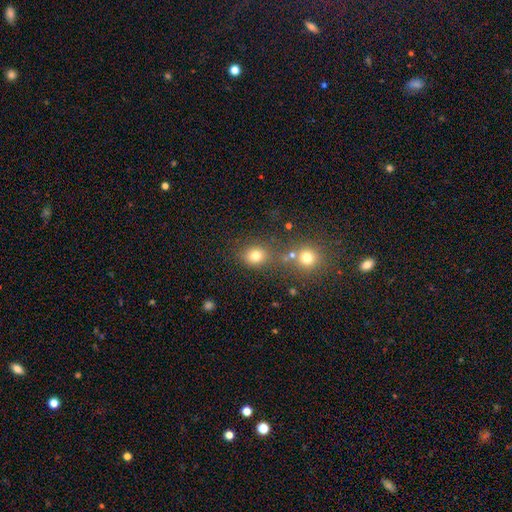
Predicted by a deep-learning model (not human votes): Morphology: type=smooth (77%); roundness=round (70%); merging=none (66%).